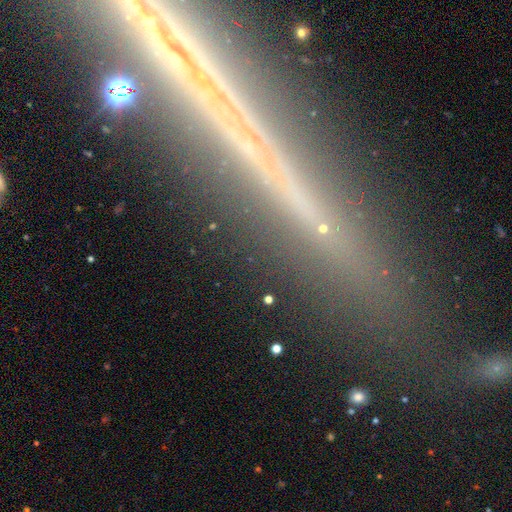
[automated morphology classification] star or artifact 42%, featured or disk 38%, smooth 21%.